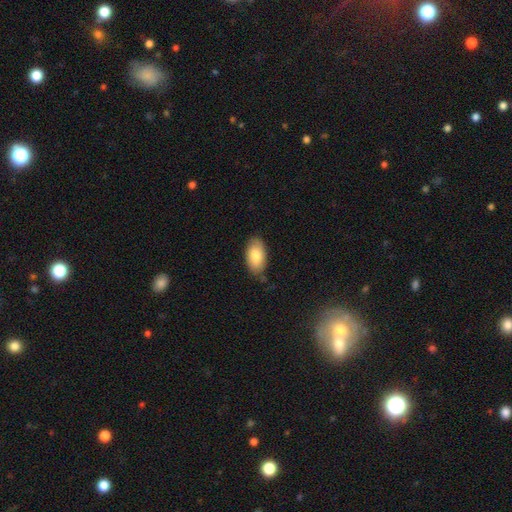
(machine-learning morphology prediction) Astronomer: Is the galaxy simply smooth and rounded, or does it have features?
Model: smooth — 82%.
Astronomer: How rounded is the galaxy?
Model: in between — 94%.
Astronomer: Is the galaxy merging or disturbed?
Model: none — 80%.